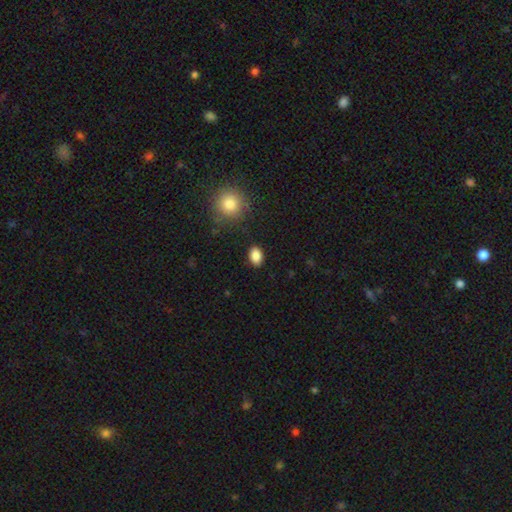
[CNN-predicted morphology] Smooth or featured? smooth (87%)
How rounded? in between (81%)
Merging? none (86%)